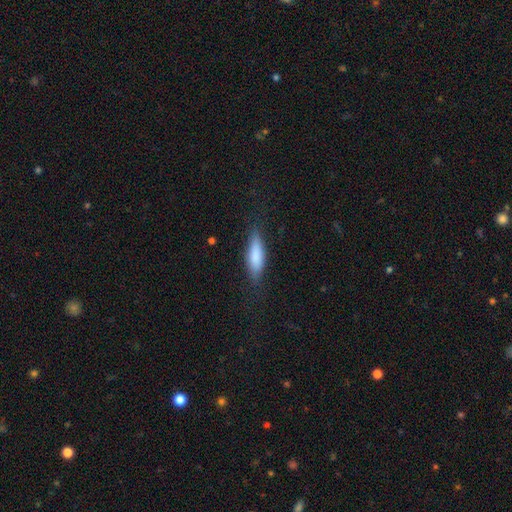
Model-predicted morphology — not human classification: This is likely a smooth galaxy (78%). How rounded: possibly cigar-shaped (55%). Merging: likely none (78%).